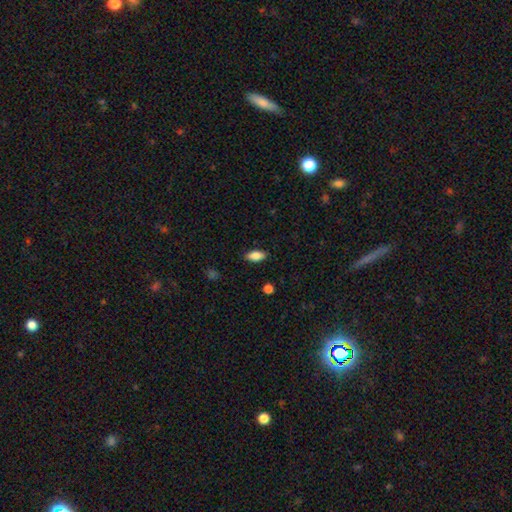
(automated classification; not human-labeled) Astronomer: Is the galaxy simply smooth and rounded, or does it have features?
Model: smooth — 85%.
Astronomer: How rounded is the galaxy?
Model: in between — 88%.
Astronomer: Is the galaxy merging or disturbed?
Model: none — 86%.